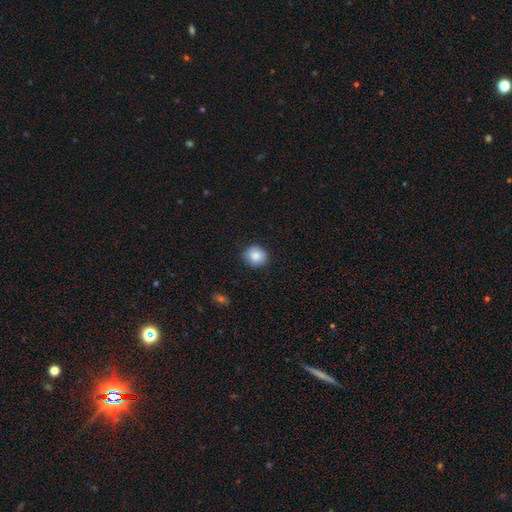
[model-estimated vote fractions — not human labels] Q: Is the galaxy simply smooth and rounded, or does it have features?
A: smooth — 86%.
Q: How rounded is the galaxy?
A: round — 79%.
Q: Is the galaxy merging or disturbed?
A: none — 87%.